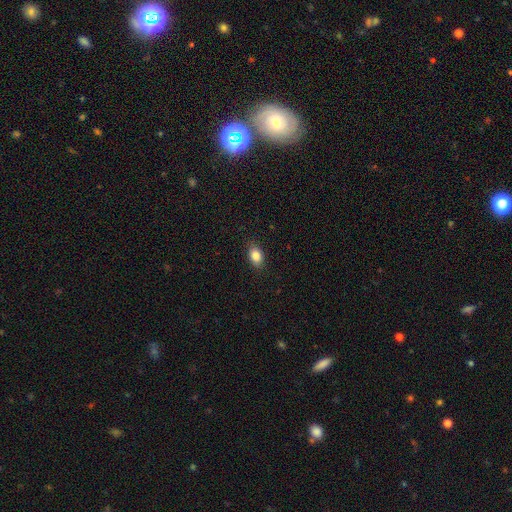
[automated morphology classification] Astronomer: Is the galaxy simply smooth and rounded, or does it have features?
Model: smooth — 85%.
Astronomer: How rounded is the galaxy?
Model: in between — 84%.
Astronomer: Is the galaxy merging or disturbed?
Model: none — 87%.